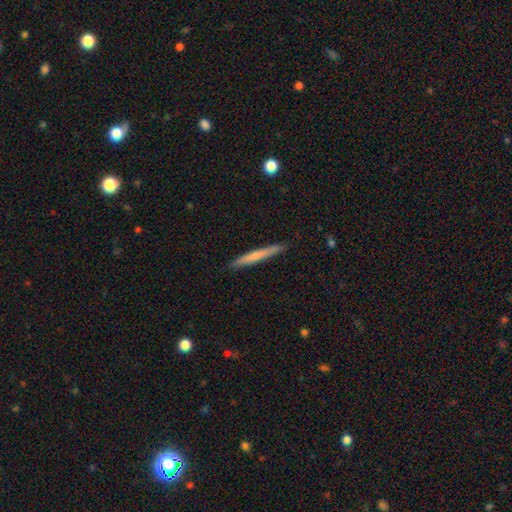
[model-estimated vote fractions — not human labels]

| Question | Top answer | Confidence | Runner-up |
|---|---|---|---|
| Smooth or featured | smooth | 60% | featured or disk (34%) |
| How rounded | cigar-shaped | 96% | in between (2%) |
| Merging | none | 90% | minor disturbance (7%) |